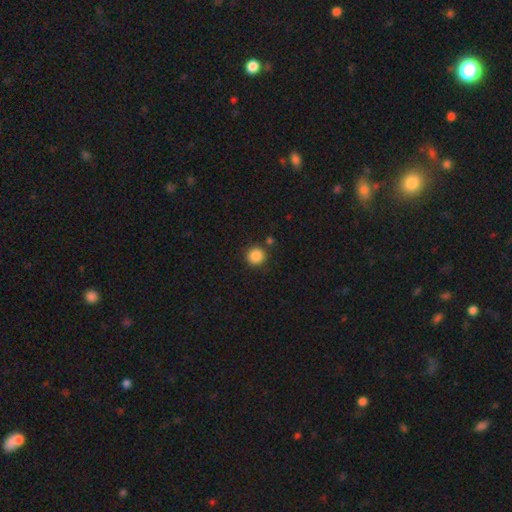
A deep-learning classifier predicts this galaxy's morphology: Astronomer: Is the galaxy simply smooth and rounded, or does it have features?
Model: smooth — 87%.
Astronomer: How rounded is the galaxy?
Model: round — 93%.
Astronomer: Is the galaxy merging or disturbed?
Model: none — 86%.